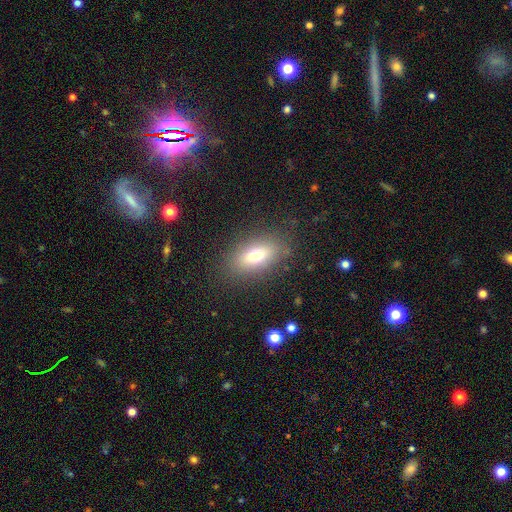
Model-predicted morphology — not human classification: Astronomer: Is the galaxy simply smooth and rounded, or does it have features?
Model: smooth — 71%.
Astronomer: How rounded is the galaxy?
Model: in between — 83%.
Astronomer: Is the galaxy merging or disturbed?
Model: none — 84%.